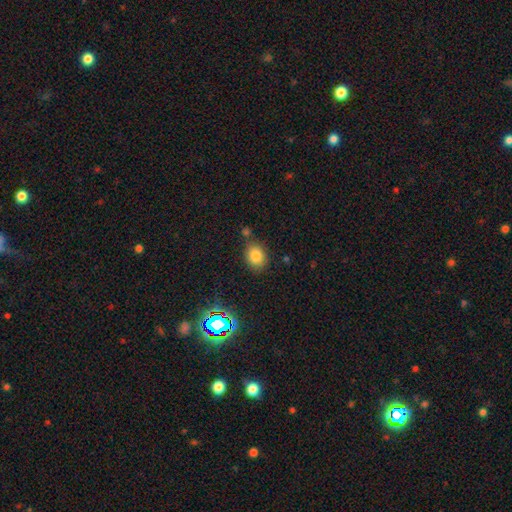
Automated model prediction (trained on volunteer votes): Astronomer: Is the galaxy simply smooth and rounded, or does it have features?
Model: smooth — 79%.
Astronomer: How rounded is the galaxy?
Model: in between — 52% (runner-up: round, 47%).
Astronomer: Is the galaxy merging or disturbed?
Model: none — 74%.